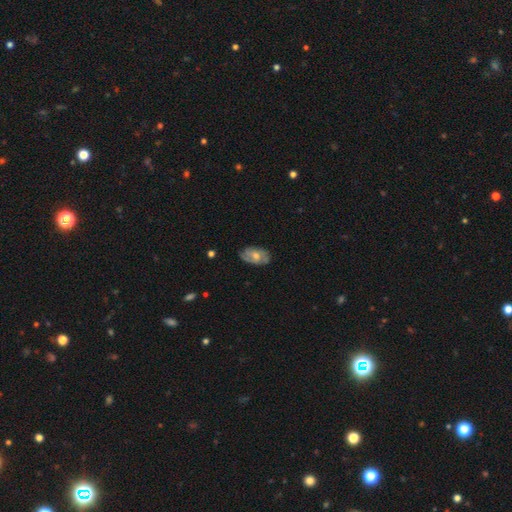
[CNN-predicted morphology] A featured or disk galaxy (58%) with no bar (66%), spiral arms (73%) and a moderate central bulge (65%). Merging: none (73%).